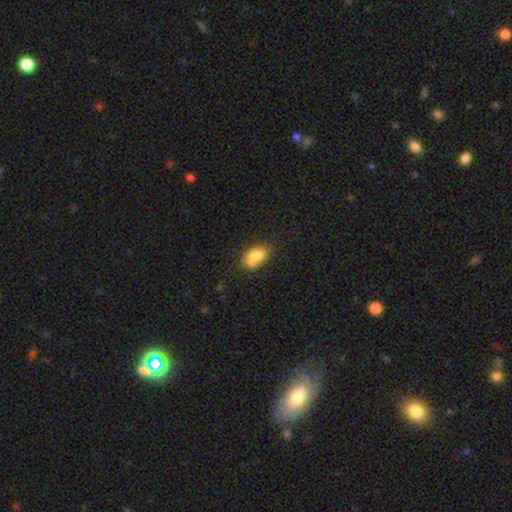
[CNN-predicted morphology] Smooth or featured?
  - smooth: 77% *
  - featured or disk: 15%
  - star or artifact: 8%
How rounded?
  - in between: 87% *
  - round: 11%
  - cigar-shaped: 2%
Merging?
  - none: 48% *
  - minor disturbance: 26%
  - merger: 17%
  - major disturbance: 9%